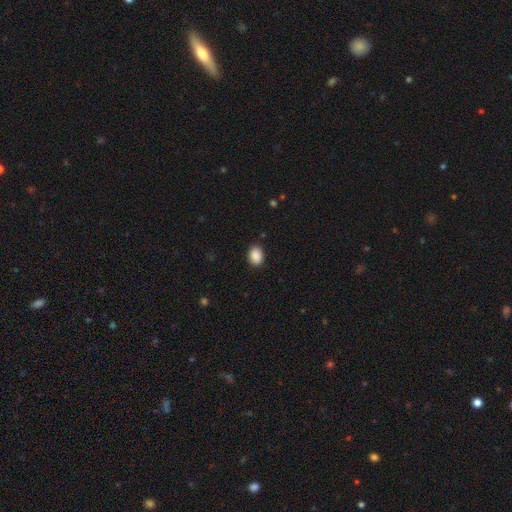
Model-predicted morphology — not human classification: The model was most divided on "how rounded": in between: 69%, round: 30%, cigar-shaped: 1%. More confident: smooth or featured — smooth (89%); merging — none (88%).